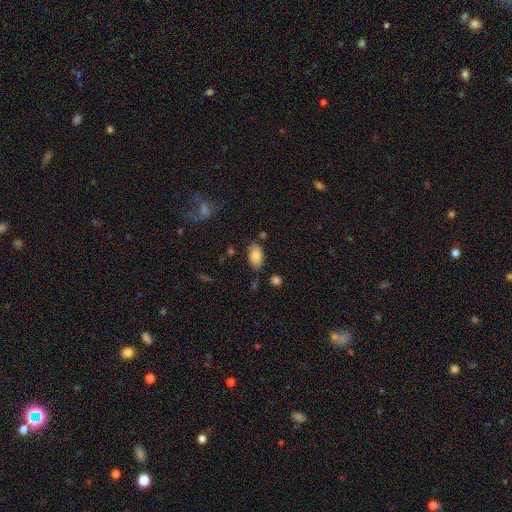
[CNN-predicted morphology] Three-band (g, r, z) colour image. It shows a smooth galaxy with no disk features (80%) that is in between round and cigar-shaped (93%). Merging: none (79%).